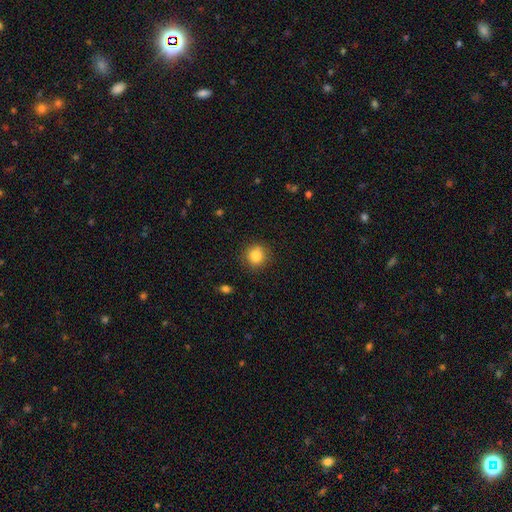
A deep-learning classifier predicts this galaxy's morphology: This appears to be a smooth galaxy with no disk features (84%) that is round (90%). Merging: none (86%).